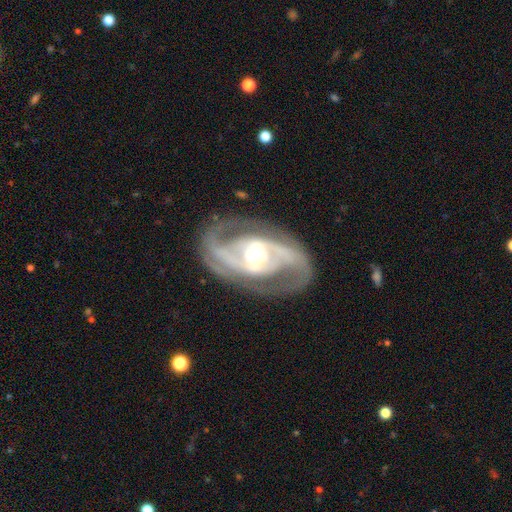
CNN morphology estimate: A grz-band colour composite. It shows a featured or disk galaxy (90%) with a weak bar (36%), 2 (85%) medium (48%) spiral arms (92%) and a moderate central bulge (69%). Merging: none (79%).